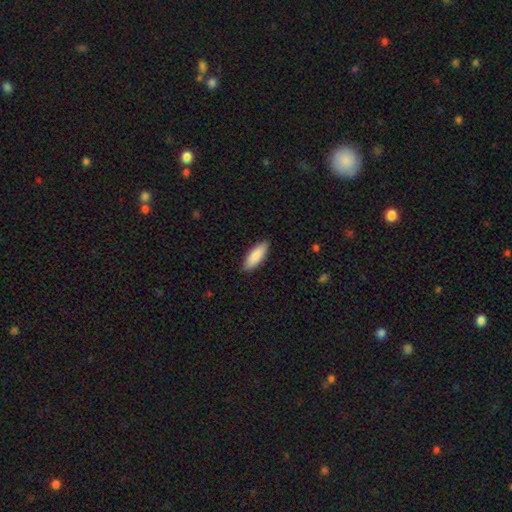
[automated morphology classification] A smooth galaxy with no disk features (87%) that is in between round and cigar-shaped (65%). Merging: none (88%).